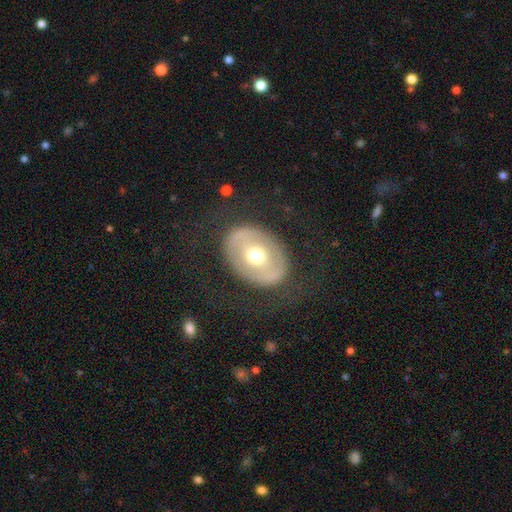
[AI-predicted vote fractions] This appears to be a featured or disk galaxy (56%) with no bar (65%), no spiral arms (78%) and a moderate central bulge (73%). Merging: none (74%).